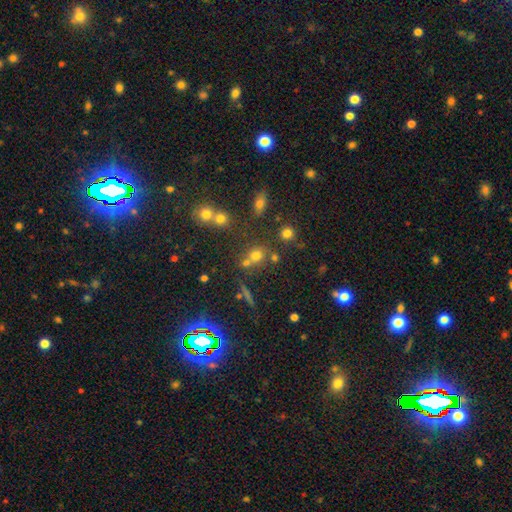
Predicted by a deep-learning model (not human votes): This appears to be a smooth galaxy with no disk features (65%) that is round (72%). Merging: none (58%).